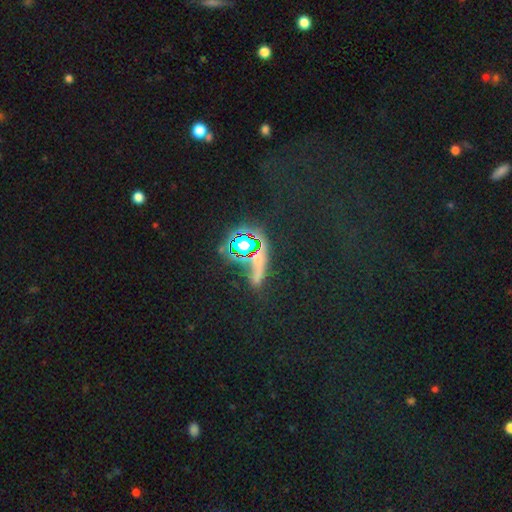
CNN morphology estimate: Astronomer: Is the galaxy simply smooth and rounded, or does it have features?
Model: star or artifact — 63%.